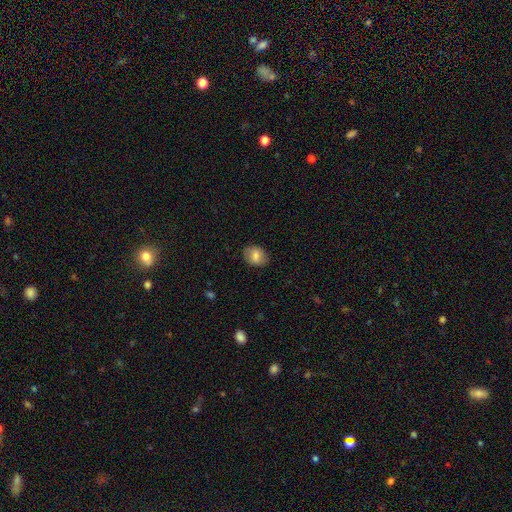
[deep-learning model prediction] A smooth galaxy with no disk features (80%) that is in between round and cigar-shaped (52%).

Vote fractions:
- Smooth or featured? smooth: 80% / featured or disk: 12% / star or artifact: 8%
- How rounded? in between: 52% / round: 47% / cigar-shaped: 1%
- Merging? none: 85% / minor disturbance: 11% / major disturbance: 3% / merger: 1%